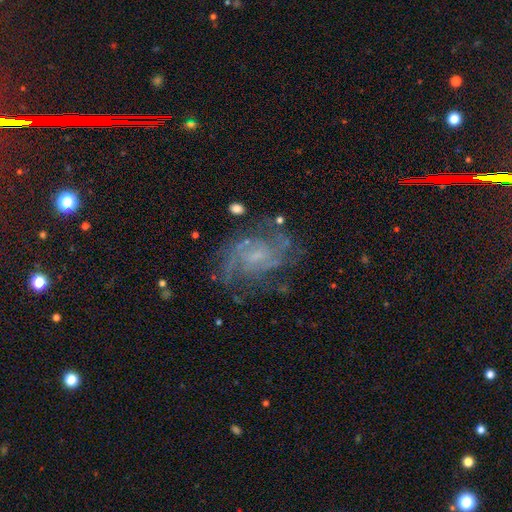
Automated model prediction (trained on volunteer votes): Smooth or featured: featured or disk — 79% (star or artifact — 11%)
Edge-on disk: no — 97% (yes — 3%)
Bar: no — 48% (weak — 43%)
Spiral arms: yes — 91% (no — 9%)
Spiral winding: medium — 46% (tight — 37%)
Spiral arm count: 2 — 32% (can't tell — 31%)
Bulge size: small — 49% (none — 29%)
Merging: none — 67% (minor disturbance — 17%)